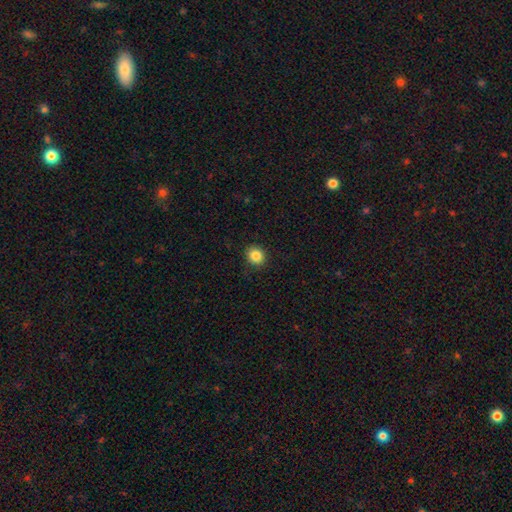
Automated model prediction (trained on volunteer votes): The model was most divided on "how rounded": round: 78%, in between: 22%, cigar-shaped: 1%. More confident: merging — none (90%); smooth or featured — smooth (85%).